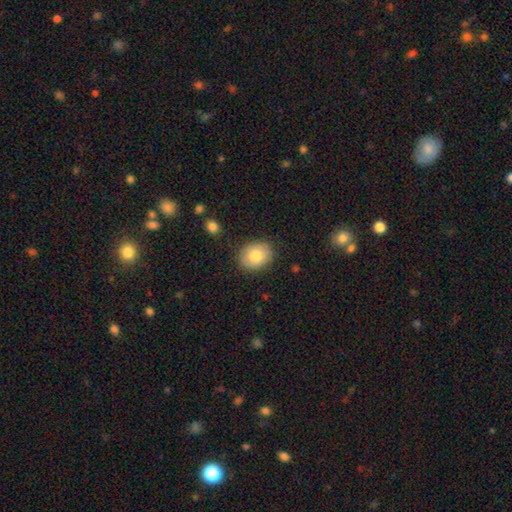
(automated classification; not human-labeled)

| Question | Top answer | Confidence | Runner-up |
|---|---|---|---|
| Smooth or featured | smooth | 81% | featured or disk (12%) |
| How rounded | in between | 59% | round (40%) |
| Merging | none | 86% | minor disturbance (10%) |